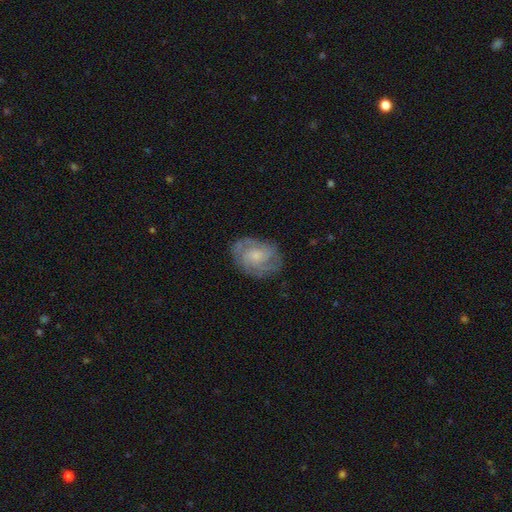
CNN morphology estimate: smooth-or-featured: featured or disk: 78% | smooth: 16% | star or artifact: 6%
  disk-edge-on: no: 97% | yes: 3%
    bar: no: 71% | weak: 26% | strong: 4%
    has-spiral-arms: yes: 94% | no: 6%
      spiral-winding: tight: 56% | medium: 36% | loose: 8%
      spiral-arm-count: 3: 27% | can't tell: 26% | 2: 26% | 4: 11% | 1: 5% | more than 4: 5%
    bulge-size: small: 63% | moderate: 26% | none: 7% | large: 2% | dominant: 1%
  merging: none: 76% | minor disturbance: 17% | major disturbance: 6% | merger: 1%